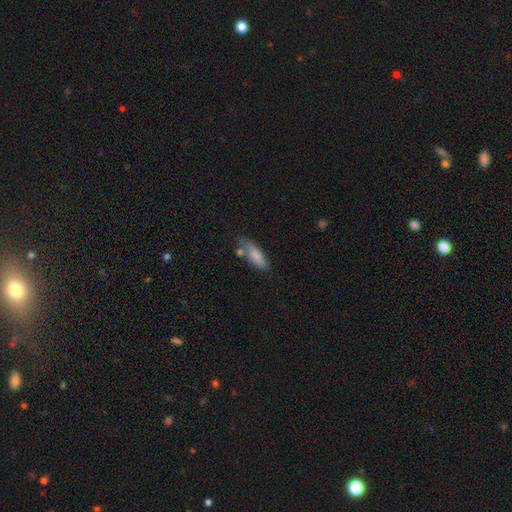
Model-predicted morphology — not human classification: This is likely a smooth galaxy (79%). How rounded: possibly in between (59%). Merging: possibly none (58%).